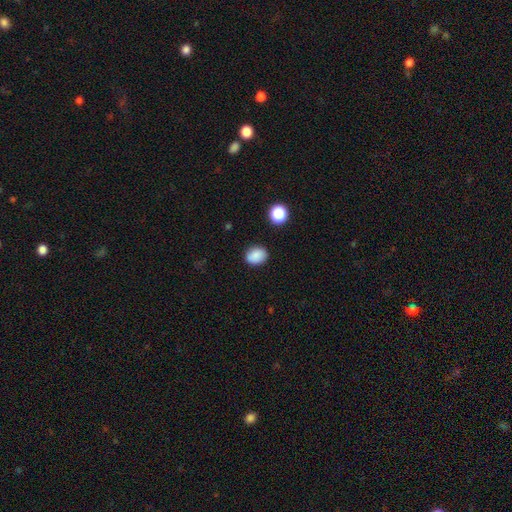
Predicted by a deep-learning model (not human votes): This is clearly a smooth galaxy (86%). How rounded: likely in between (61%). Merging: clearly none (85%).